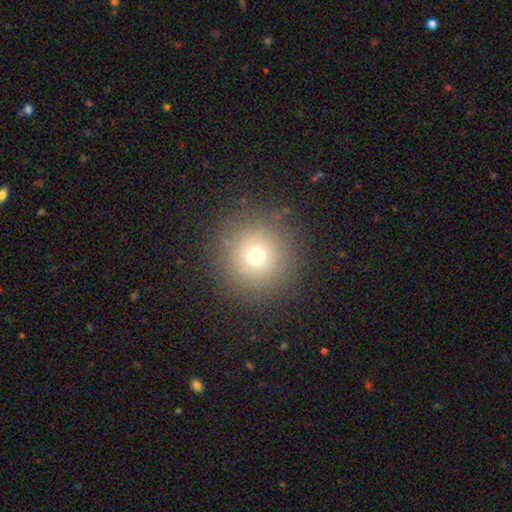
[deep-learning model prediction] Q: Smooth or featured?
A: smooth (69%); runner-up: star or artifact (19%)
Q: How rounded?
A: round (96%); runner-up: in between (3%)
Q: Merging?
A: none (88%); runner-up: minor disturbance (7%)